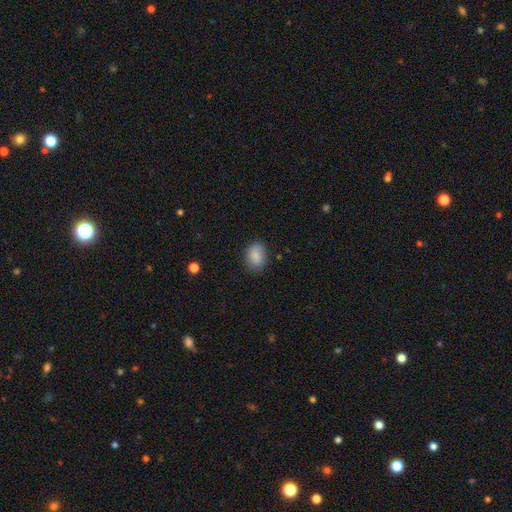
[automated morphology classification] Smooth or featured? smooth (84%)
How rounded? in between (65%)
Merging? none (79%)